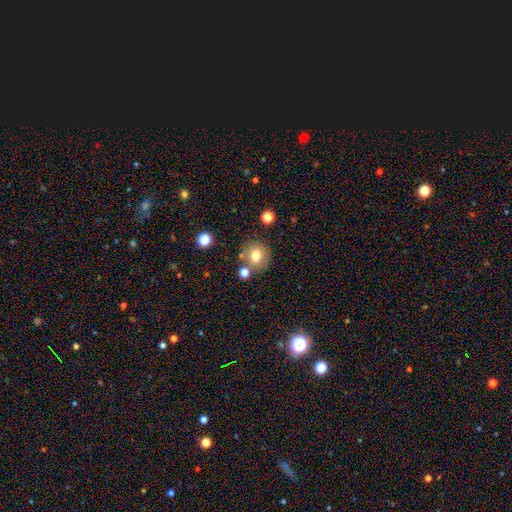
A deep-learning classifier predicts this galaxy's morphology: Smooth or featured? Predicted: smooth (p=0.73). How rounded? Predicted: round (p=0.87). Merging? Predicted: none (p=0.75).